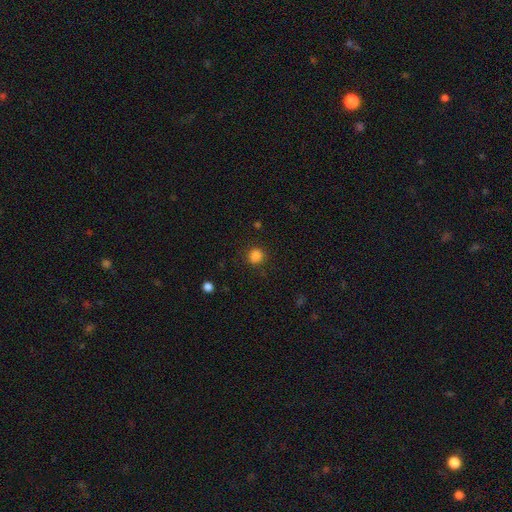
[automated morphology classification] Smooth or featured? smooth (84%)
How rounded? round (87%)
Merging? none (86%)